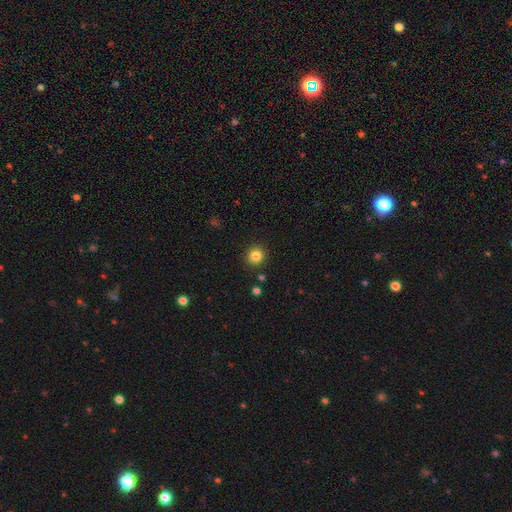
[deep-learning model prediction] This is clearly a smooth galaxy (84%). How rounded: clearly round (90%). Merging: clearly none (90%).